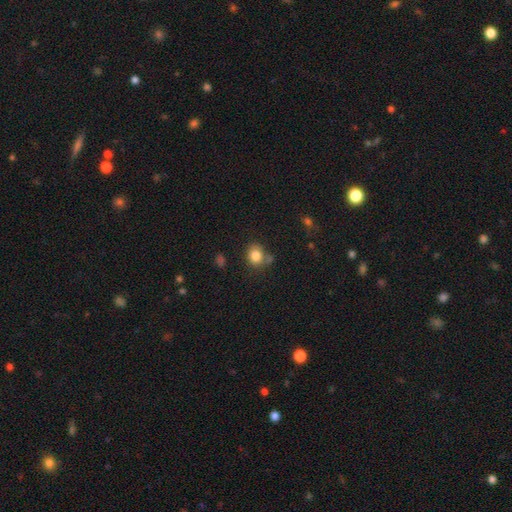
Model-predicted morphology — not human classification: This is clearly a smooth galaxy (83%). How rounded: likely round (67%). Merging: likely none (66%).